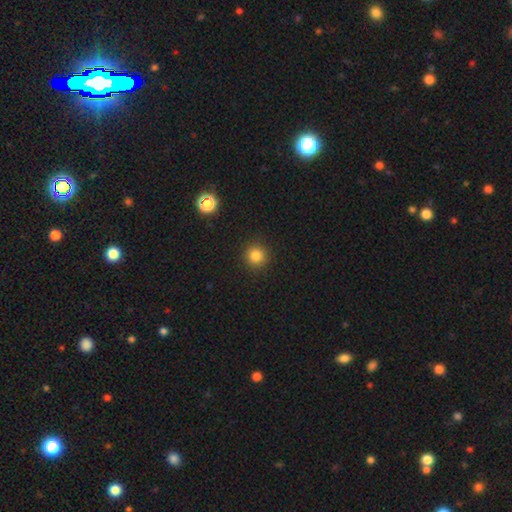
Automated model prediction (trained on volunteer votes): A smooth galaxy with no disk features (82%) that is round (94%).

Vote fractions:
- Smooth or featured? smooth: 82% / star or artifact: 13% / featured or disk: 5%
- How rounded? round: 94% / in between: 5% / cigar-shaped: 1%
- Merging? none: 91% / minor disturbance: 6% / major disturbance: 2% / merger: 1%